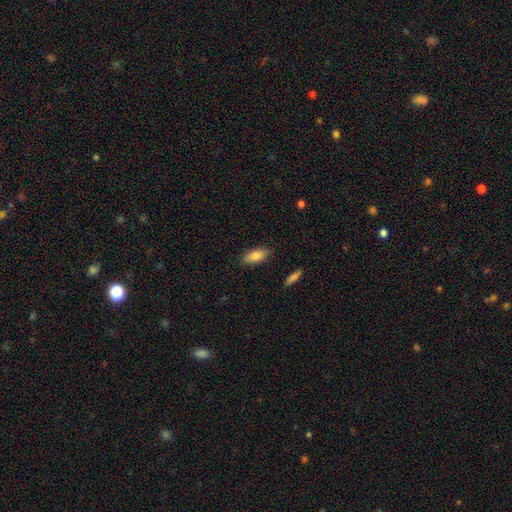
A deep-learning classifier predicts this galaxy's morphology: smooth-or-featured: smooth: 84% | featured or disk: 9% | star or artifact: 7%
  how-rounded: in between: 82% | cigar-shaped: 15% | round: 2%
  merging: none: 86% | minor disturbance: 11% | major disturbance: 2% | merger: 1%